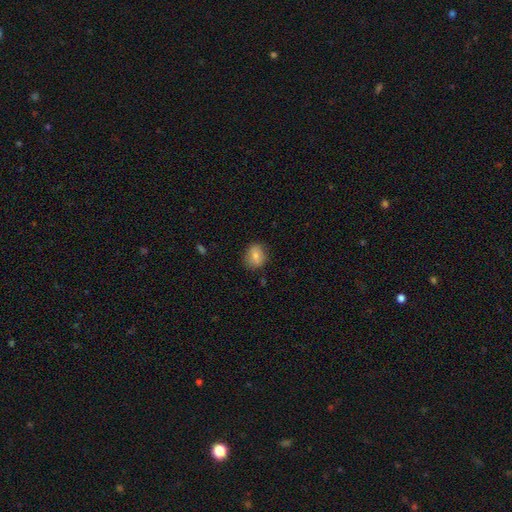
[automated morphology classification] Q: Smooth or featured?
A: smooth (78%); runner-up: featured or disk (14%)
Q: How rounded?
A: round (65%); runner-up: in between (34%)
Q: Merging?
A: none (82%); runner-up: minor disturbance (13%)